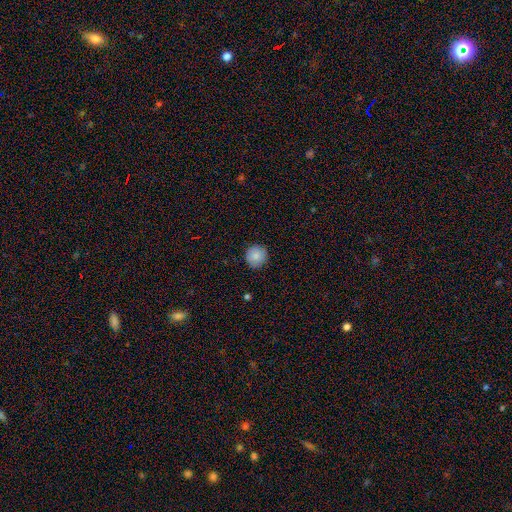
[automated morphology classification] smooth_or_featured: smooth (p=0.82) [alt: featured or disk p=0.10]
how_rounded: round (p=0.94) [alt: in between p=0.05]
merging: none (p=0.88) [alt: minor disturbance p=0.09]